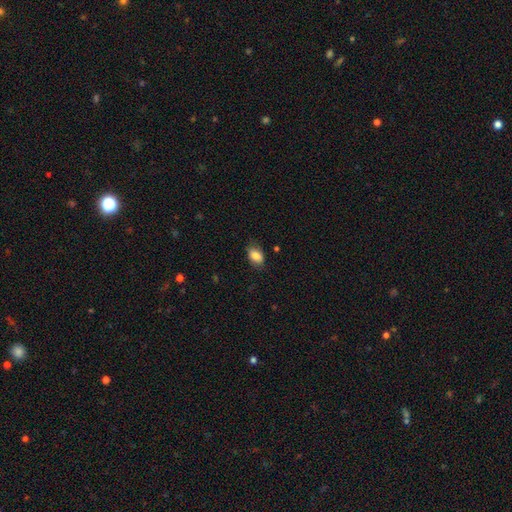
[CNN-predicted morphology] Smooth or featured? Predicted: smooth (p=0.83). How rounded? Predicted: in between (p=0.87). Merging? Predicted: none (p=0.75).